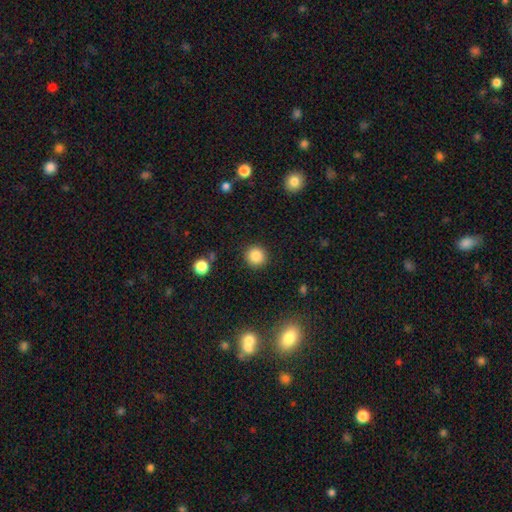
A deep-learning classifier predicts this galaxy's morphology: smooth_or_featured: smooth (p=0.86) [alt: star or artifact p=0.10]
how_rounded: round (p=0.95) [alt: in between p=0.04]
merging: none (p=0.91) [alt: minor disturbance p=0.05]